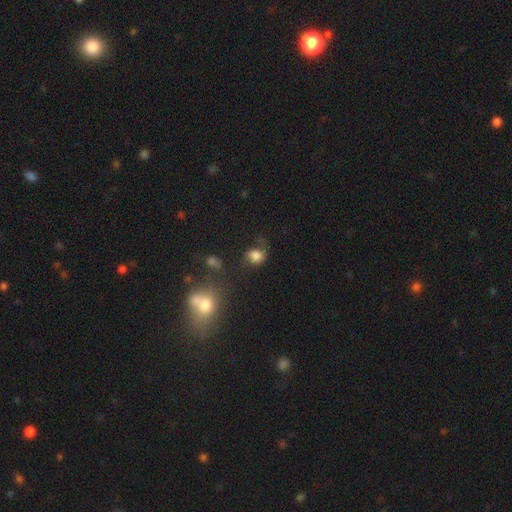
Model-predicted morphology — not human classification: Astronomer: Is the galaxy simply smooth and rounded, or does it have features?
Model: smooth — 75%.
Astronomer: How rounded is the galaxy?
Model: round — 57% (runner-up: in between, 41%).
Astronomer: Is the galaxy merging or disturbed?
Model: none — 46% (runner-up: minor disturbance, 27%).